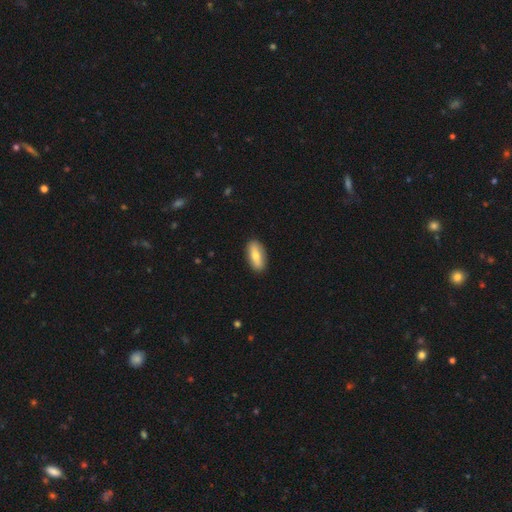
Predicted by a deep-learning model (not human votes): smooth-or-featured: smooth: 66% | featured or disk: 28% | star or artifact: 6%
  how-rounded: in between: 82% | cigar-shaped: 14% | round: 3%
  merging: none: 89% | minor disturbance: 8% | major disturbance: 2% | merger: 1%